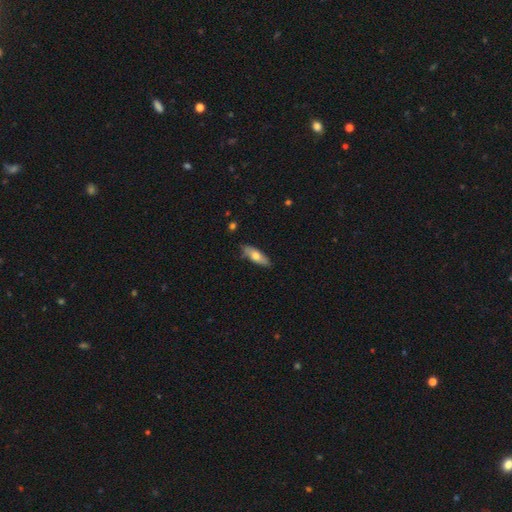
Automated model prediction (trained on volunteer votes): A smooth galaxy with no disk features (67%) that is in between round and cigar-shaped (62%).

Vote fractions:
- Smooth or featured? smooth: 67% / featured or disk: 27% / star or artifact: 6%
- How rounded? in between: 62% / cigar-shaped: 36% / round: 2%
- Merging? none: 81% / minor disturbance: 15% / major disturbance: 2% / merger: 2%